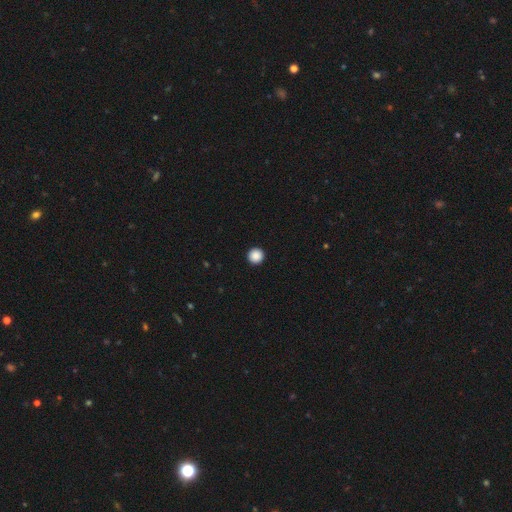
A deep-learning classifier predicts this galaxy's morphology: smooth 89%, star or artifact 9%, featured or disk 2%. Down the decision tree: how rounded — round (97%); merging — none (94%).